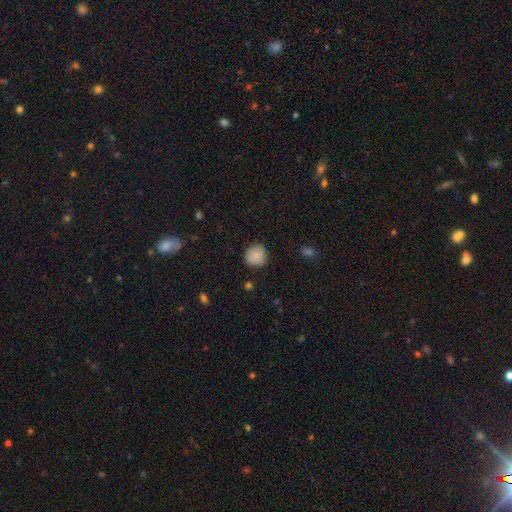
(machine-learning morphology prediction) Q: Smooth or featured?
A: smooth (86%); runner-up: star or artifact (8%)
Q: How rounded?
A: round (91%); runner-up: in between (8%)
Q: Merging?
A: none (82%); runner-up: minor disturbance (14%)